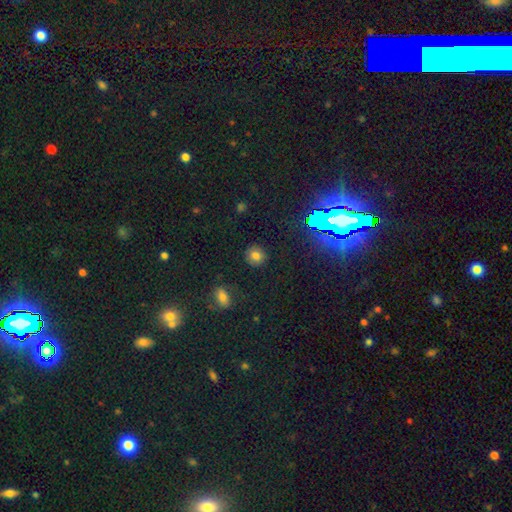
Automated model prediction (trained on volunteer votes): A smooth galaxy with no disk features (74%) that is round (86%).

Vote fractions:
- Smooth or featured? smooth: 74% / star or artifact: 18% / featured or disk: 8%
- How rounded? round: 86% / in between: 13% / cigar-shaped: 1%
- Merging? none: 88% / minor disturbance: 8% / major disturbance: 3% / merger: 1%